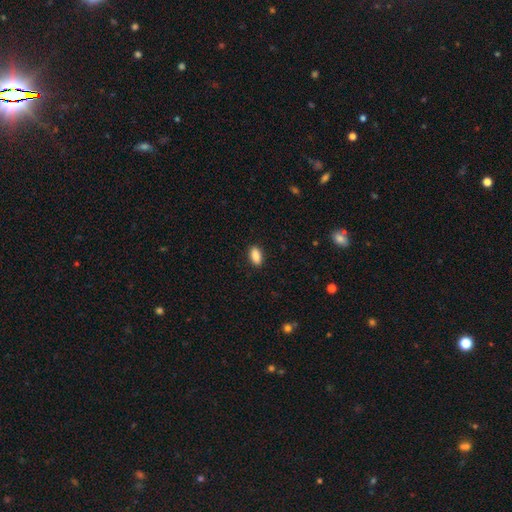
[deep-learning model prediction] Q: Smooth or featured?
A: smooth (89%); runner-up: star or artifact (7%)
Q: How rounded?
A: in between (90%); runner-up: cigar-shaped (6%)
Q: Merging?
A: none (89%); runner-up: minor disturbance (8%)